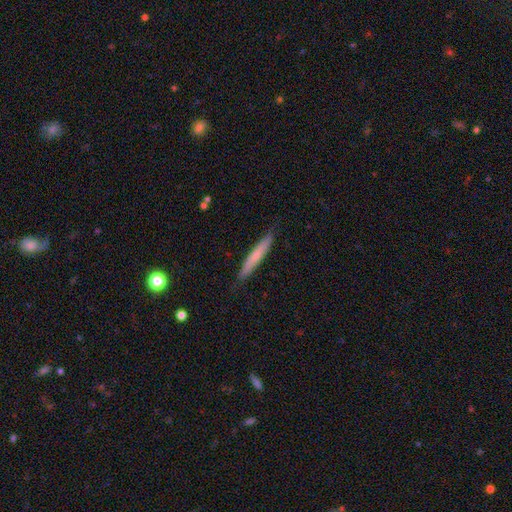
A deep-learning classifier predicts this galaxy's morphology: This appears to be a smooth galaxy with no disk features (64%) that is cigar-shaped (95%). Merging: none (86%).